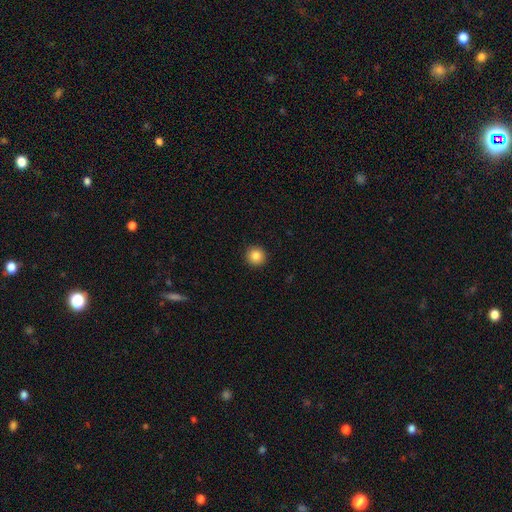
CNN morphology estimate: Smooth or featured? smooth (85%)
How rounded? round (94%)
Merging? none (93%)